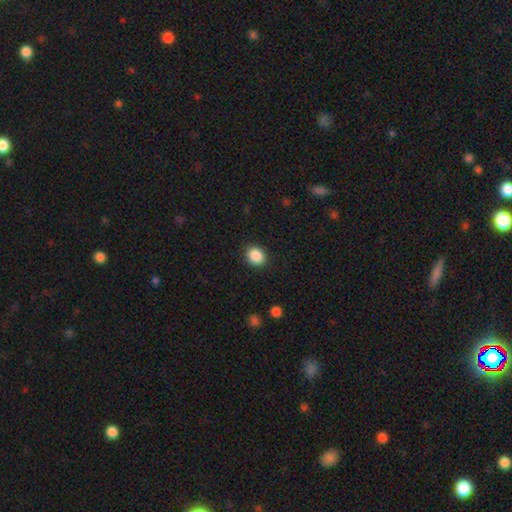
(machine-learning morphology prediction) Q: Smooth or featured?
A: smooth (88%); runner-up: star or artifact (9%)
Q: How rounded?
A: round (64%); runner-up: in between (35%)
Q: Merging?
A: none (89%); runner-up: minor disturbance (8%)